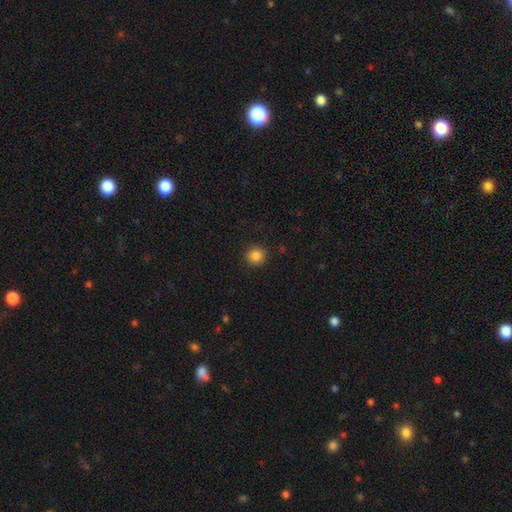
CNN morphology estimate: A smooth galaxy with no disk features (85%) that is round (92%).

Vote fractions:
- Smooth or featured? smooth: 85% / star or artifact: 11% / featured or disk: 4%
- How rounded? round: 92% / in between: 7% / cigar-shaped: 1%
- Merging? none: 91% / minor disturbance: 6% / major disturbance: 2% / merger: 1%